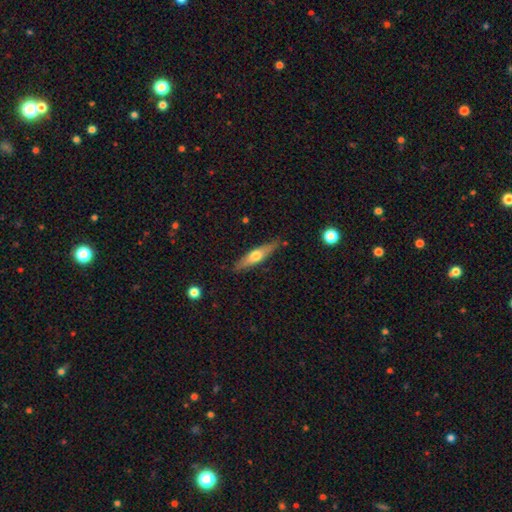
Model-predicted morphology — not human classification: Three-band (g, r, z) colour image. It shows a featured or disk galaxy (49%). Merging: none (84%).